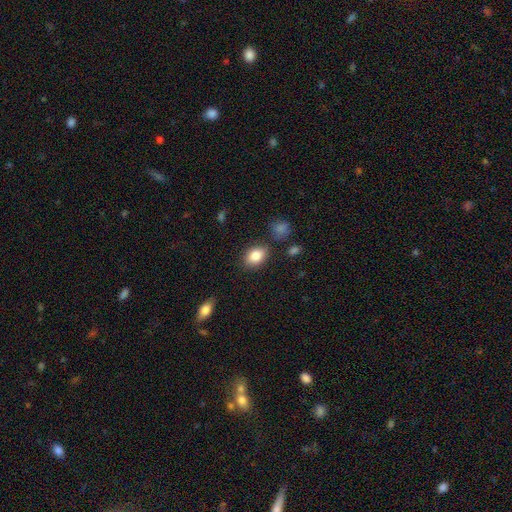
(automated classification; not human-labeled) A smooth galaxy with no disk features (84%) that is in between round and cigar-shaped (79%).

Vote fractions:
- Smooth or featured? smooth: 84% / featured or disk: 8% / star or artifact: 8%
- How rounded? in between: 79% / round: 20% / cigar-shaped: 1%
- Merging? none: 82% / minor disturbance: 12% / merger: 3% / major disturbance: 3%